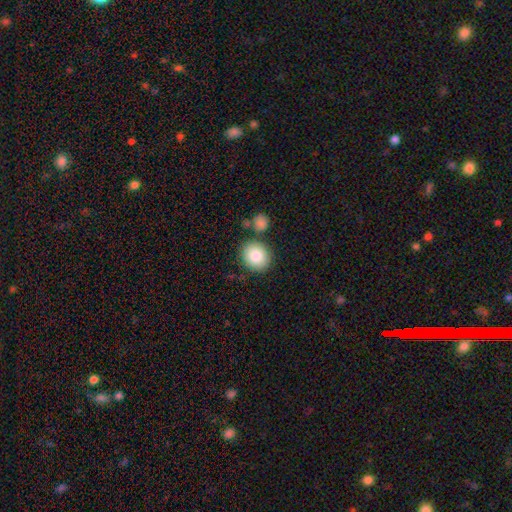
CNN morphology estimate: Smooth or featured?
  - smooth: 85% *
  - star or artifact: 8%
  - featured or disk: 7%
How rounded?
  - round: 77% *
  - in between: 22%
  - cigar-shaped: 1%
Merging?
  - none: 77% *
  - merger: 10%
  - minor disturbance: 10%
  - major disturbance: 3%